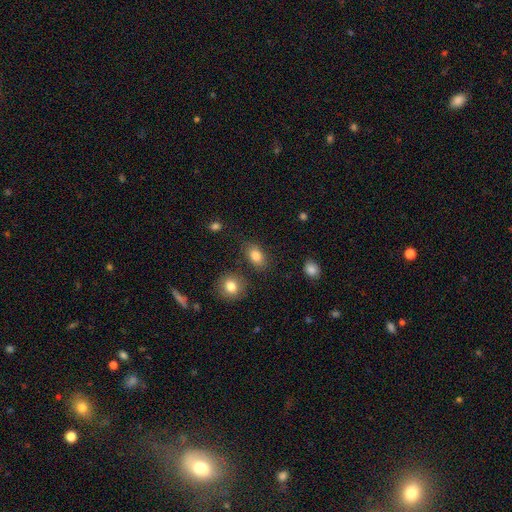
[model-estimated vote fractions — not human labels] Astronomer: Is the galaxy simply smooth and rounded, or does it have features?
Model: smooth — 83%.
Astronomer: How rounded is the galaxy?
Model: in between — 82%.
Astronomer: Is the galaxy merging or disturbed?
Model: none — 79%.